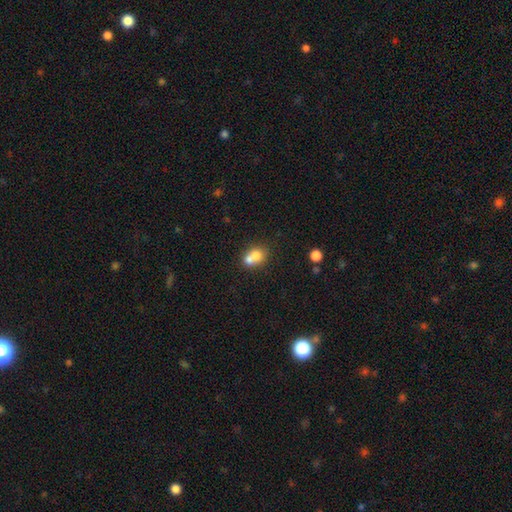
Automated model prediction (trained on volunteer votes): Smooth or featured: smooth — 72% (featured or disk — 18%)
How rounded: round — 64% (in between — 35%)
Merging: merger — 64% (none — 27%)